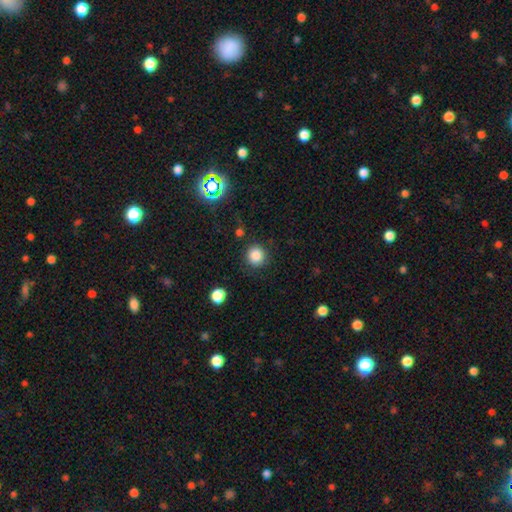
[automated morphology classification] smooth 84%, star or artifact 12%, featured or disk 4%. Down the decision tree: how rounded — round (92%); merging — none (87%).